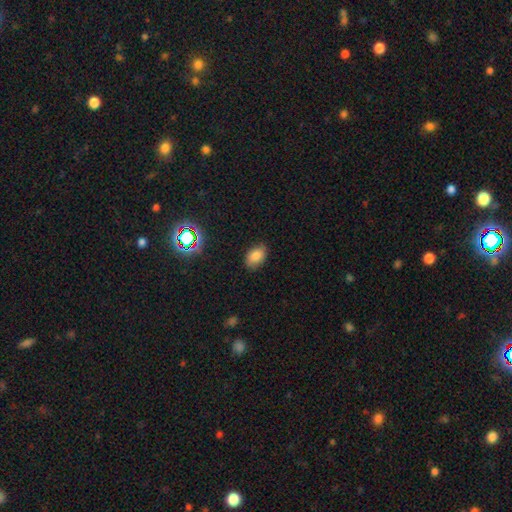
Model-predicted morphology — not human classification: The model was most divided on "merging": none: 81%, minor disturbance: 15%, major disturbance: 3%, merger: 1%. More confident: how rounded — in between (88%); smooth or featured — smooth (80%).